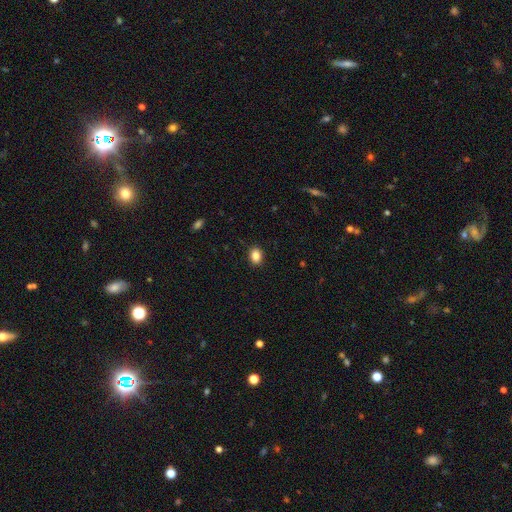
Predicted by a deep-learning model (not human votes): smooth_or_featured: smooth (p=0.86) [alt: star or artifact p=0.09]
how_rounded: in between (p=0.64) [alt: round p=0.35]
merging: none (p=0.90) [alt: minor disturbance p=0.07]